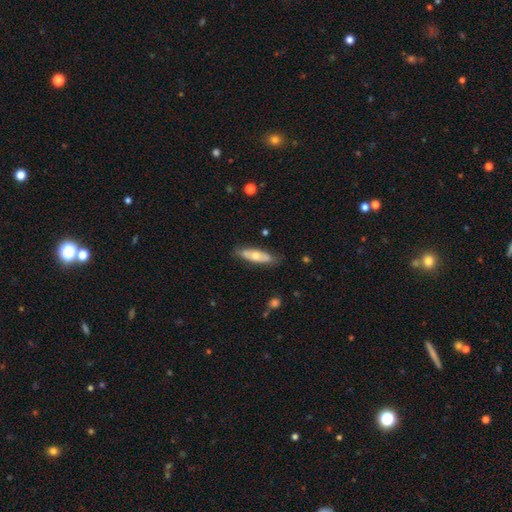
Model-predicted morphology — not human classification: Smooth or featured?
  - smooth: 49% *
  - featured or disk: 44%
  - star or artifact: 6%
Merging?
  - none: 79% *
  - minor disturbance: 16%
  - major disturbance: 4%
  - merger: 2%